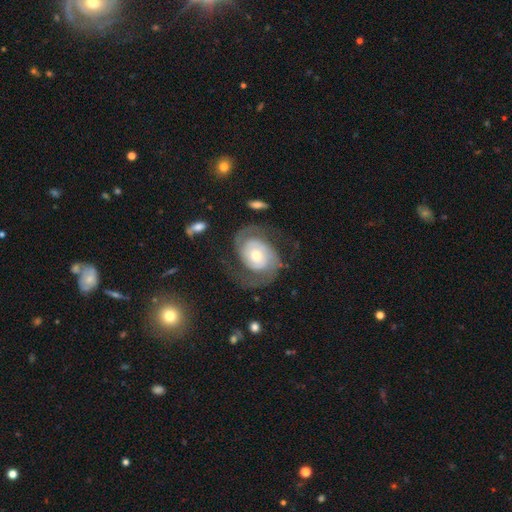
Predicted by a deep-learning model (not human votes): smooth_or_featured: featured or disk (p=0.88) [alt: smooth p=0.07]
disk_edge_on: no (p=0.98) [alt: yes p=0.02]
bar: no (p=0.68) [alt: weak p=0.25]
has_spiral_arms: yes (p=0.97) [alt: no p=0.03]
spiral_winding: medium (p=0.43) [alt: tight p=0.41]
spiral_arm_count: 2 (p=0.89) [alt: can't tell p=0.04]
bulge_size: moderate (p=0.50) [alt: small p=0.42]
merging: none (p=0.68) [alt: major disturbance p=0.15]